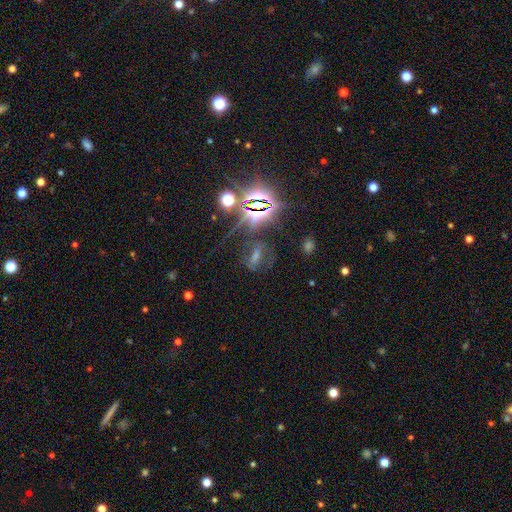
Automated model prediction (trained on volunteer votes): star or artifact 53%, featured or disk 31%, smooth 17%.